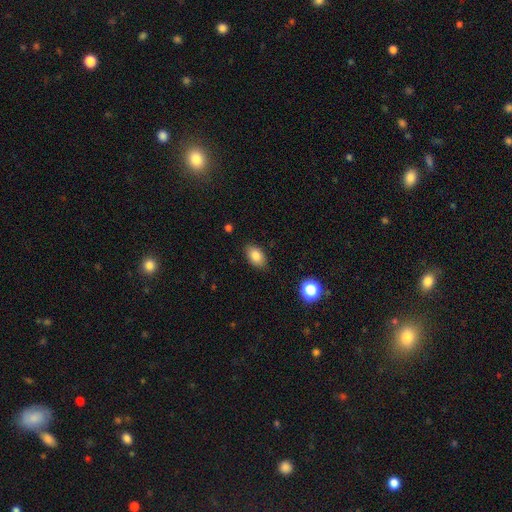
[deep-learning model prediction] A smooth galaxy with no disk features (84%) that is in between round and cigar-shaped (89%). Merging: none (86%).